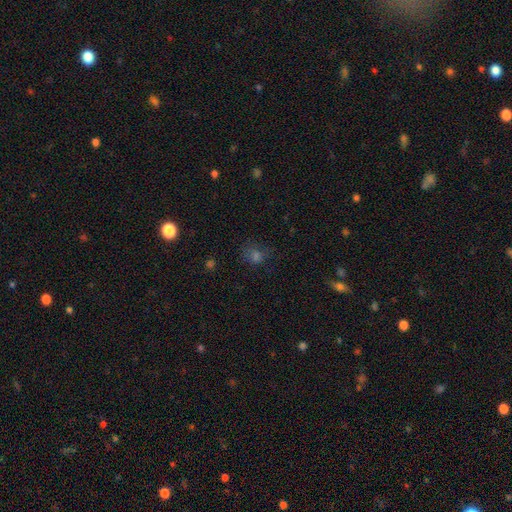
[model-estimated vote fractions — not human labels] Q: Smooth or featured?
A: smooth (56%); runner-up: star or artifact (32%)
Q: How rounded?
A: round (65%); runner-up: in between (33%)
Q: Merging?
A: none (63%); runner-up: minor disturbance (19%)